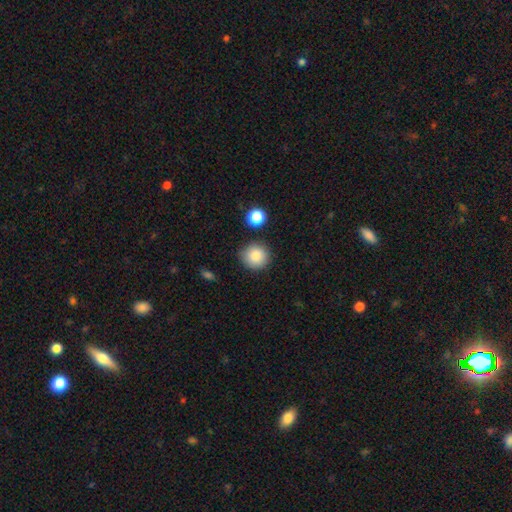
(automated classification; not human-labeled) Smooth or featured: smooth — 86% (star or artifact — 9%)
How rounded: round — 93% (in between — 6%)
Merging: none — 85% (minor disturbance — 8%)